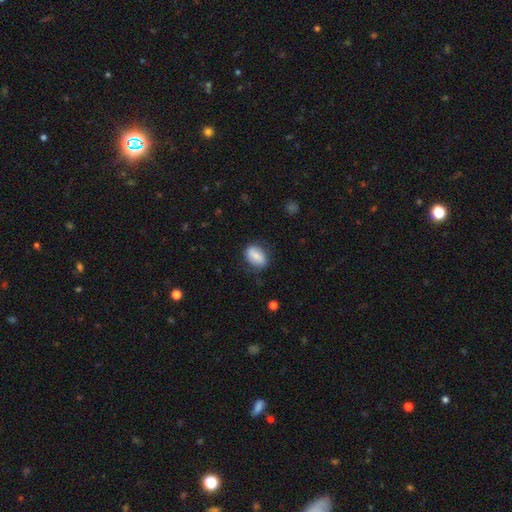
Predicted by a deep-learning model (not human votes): smooth_or_featured: smooth (p=0.70) [alt: featured or disk p=0.23]
how_rounded: in between (p=0.84) [alt: round p=0.14]
merging: none (p=0.72) [alt: minor disturbance p=0.20]